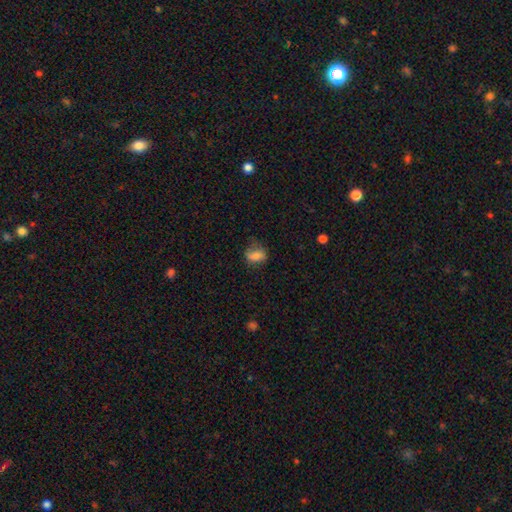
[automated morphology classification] A smooth galaxy with no disk features (73%) that is in between round and cigar-shaped (69%). Merging: none (53%).